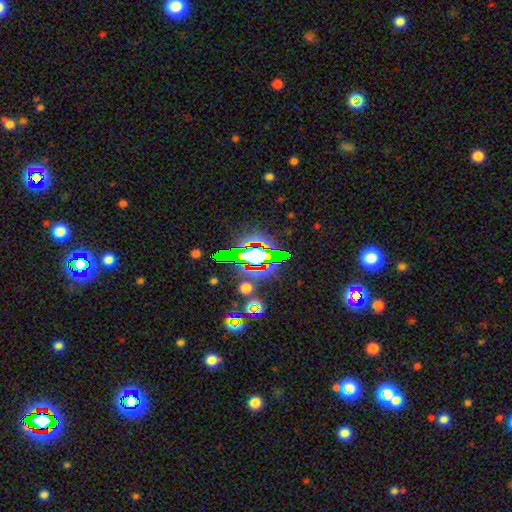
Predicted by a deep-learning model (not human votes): The model was most divided on "smooth or featured": star or artifact: 61%, smooth: 21%, featured or disk: 18%.